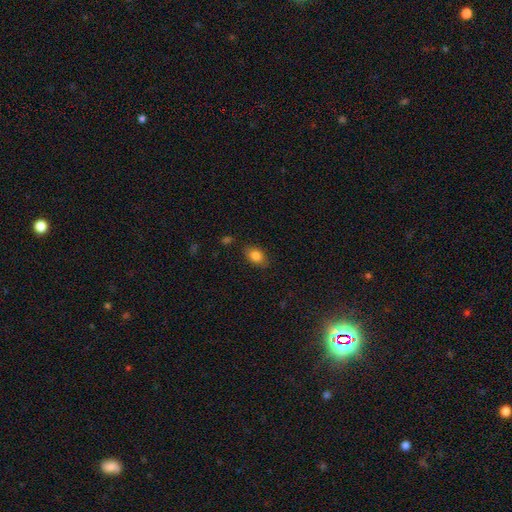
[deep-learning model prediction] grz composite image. It shows a smooth galaxy with no disk features (83%) that is in between round and cigar-shaped (80%). Merging: none (82%).